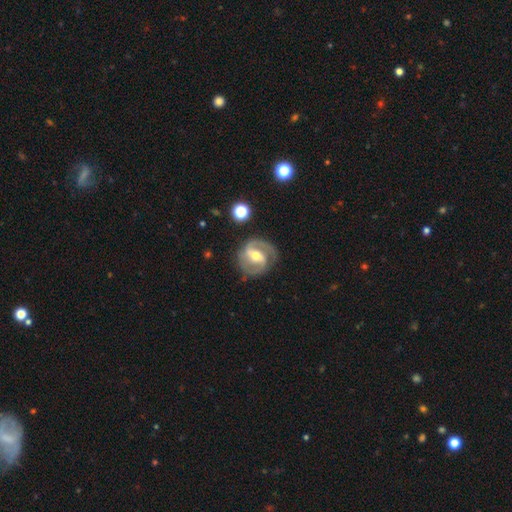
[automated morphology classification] Smooth or featured? featured or disk (87%)
Edge-on disk? no (97%)
Bar? strong (47%)
Spiral arms? yes (95%)
Spiral winding? medium (51%)
Spiral arm count? 2 (87%)
Bulge size? moderate (63%)
Merging? none (79%)